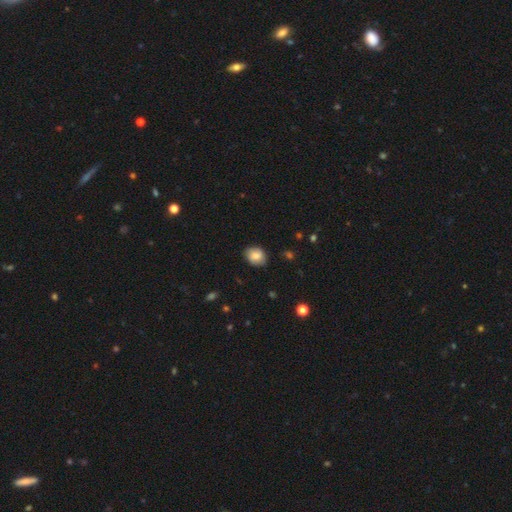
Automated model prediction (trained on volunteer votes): Overall: smooth (81%). How rounded: in between (61%; round 38%). Merging: none (80%).